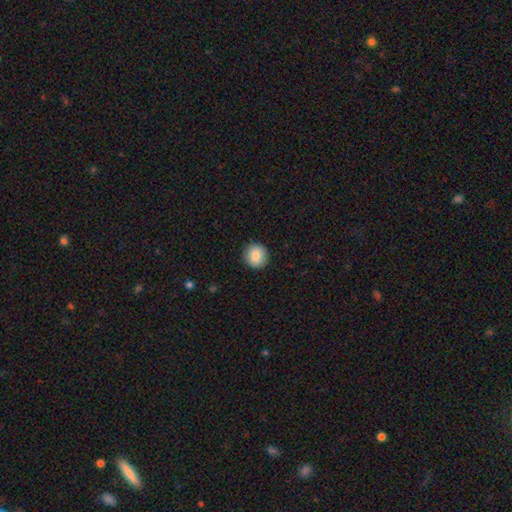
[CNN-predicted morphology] A smooth galaxy with no disk features (86%) that is round (93%). Merging: none (91%).